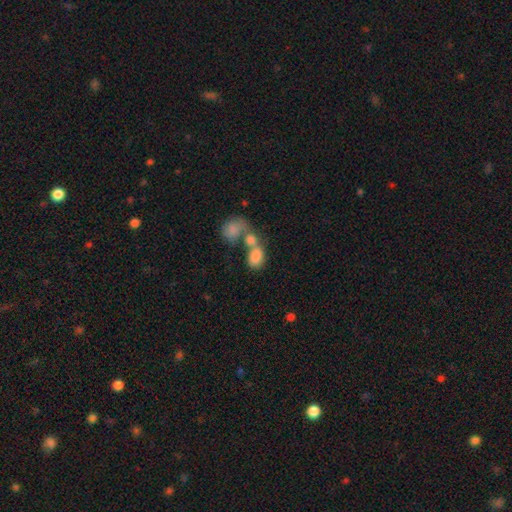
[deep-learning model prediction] This appears to be a smooth galaxy with no disk features (79%) that is in between round and cigar-shaped (77%). Merging: merger (59%).